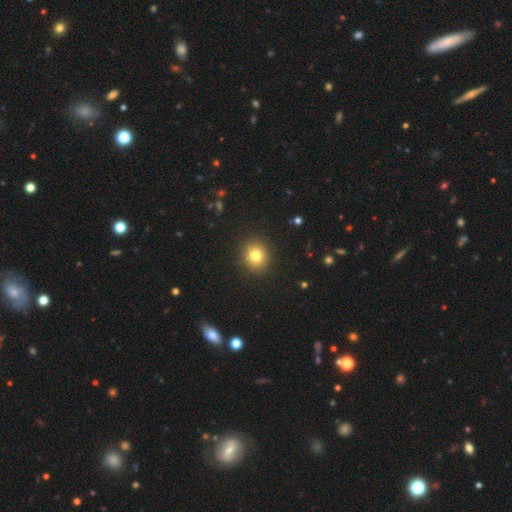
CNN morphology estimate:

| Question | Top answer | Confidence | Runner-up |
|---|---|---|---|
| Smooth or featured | smooth | 81% | star or artifact (12%) |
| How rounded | round | 81% | in between (18%) |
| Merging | none | 91% | minor disturbance (6%) |